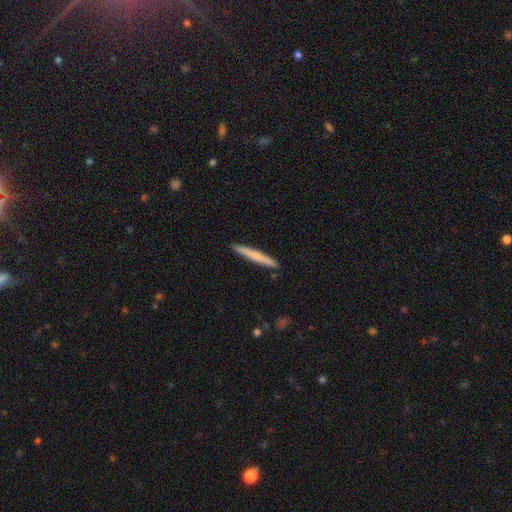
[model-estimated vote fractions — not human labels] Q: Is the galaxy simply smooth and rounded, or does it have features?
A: smooth — 67%.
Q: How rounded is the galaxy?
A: cigar-shaped — 97%.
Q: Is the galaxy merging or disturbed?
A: none — 91%.